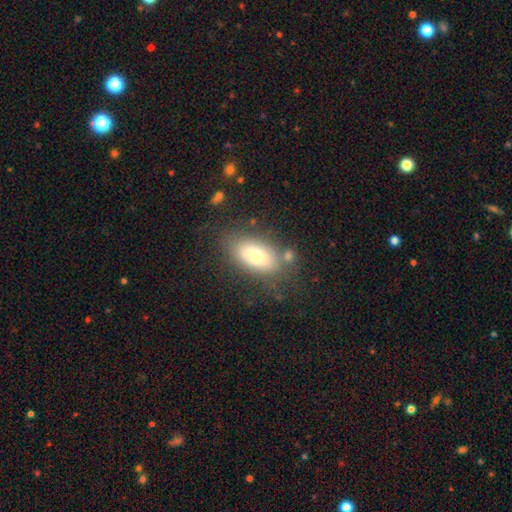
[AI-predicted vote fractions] A smooth galaxy with no disk features (71%) that is in between round and cigar-shaped (89%). Merging: none (71%).